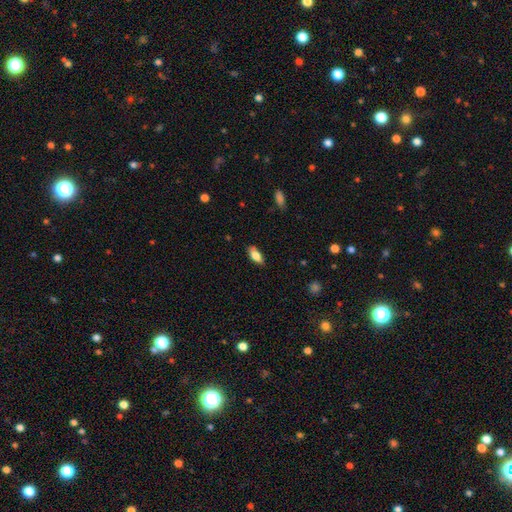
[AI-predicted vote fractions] Smooth or featured? Predicted: smooth (p=0.80). How rounded? Predicted: in between (p=0.82). Merging? Predicted: none (p=0.84).